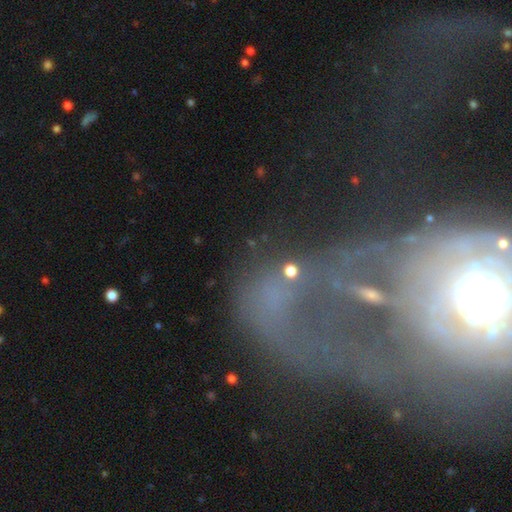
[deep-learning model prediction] Morphology: type=featured or disk (54%); edge-on=no (89%); merging=major disturbance (46%).